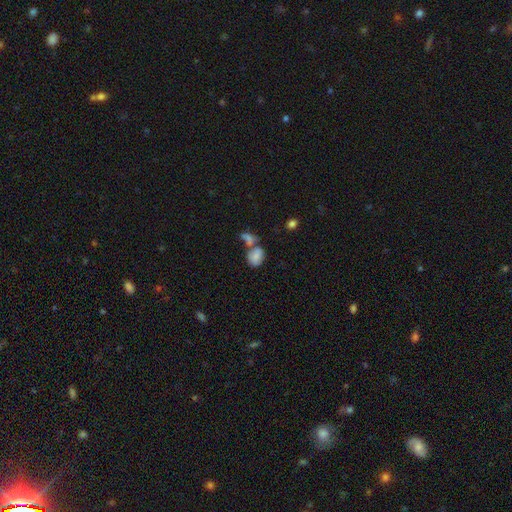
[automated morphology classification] Smooth or featured? Predicted: smooth (p=0.78). How rounded? Predicted: in between (p=0.71). Merging? Predicted: merger (p=0.52).